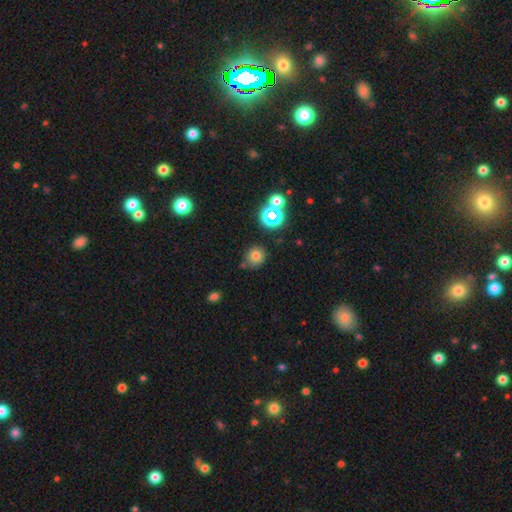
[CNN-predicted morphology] Smooth or featured? Predicted: smooth (p=0.71). How rounded? Predicted: round (p=0.87). Merging? Predicted: none (p=0.73).